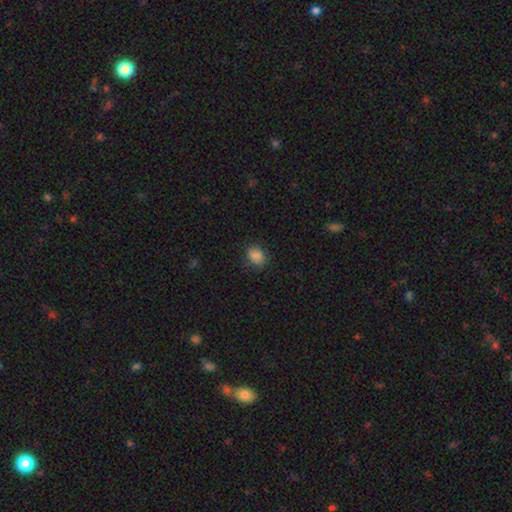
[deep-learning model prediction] This appears to be a smooth galaxy with no disk features (86%) that is in between round and cigar-shaped (62%). Merging: none (83%).